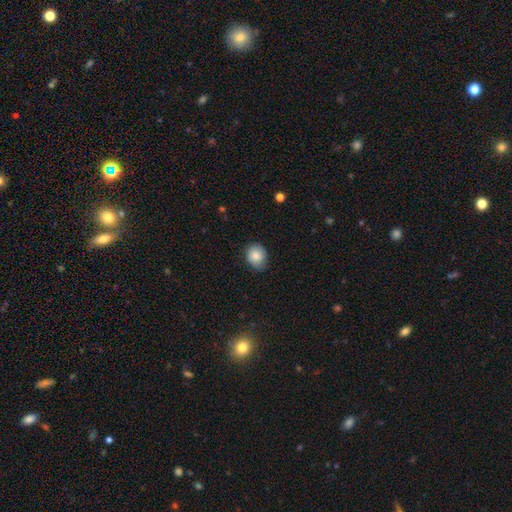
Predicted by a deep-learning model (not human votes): smooth-or-featured: smooth: 84% | featured or disk: 9% | star or artifact: 8%
  how-rounded: round: 54% | in between: 45% | cigar-shaped: 1%
  merging: none: 75% | minor disturbance: 21% | major disturbance: 3% | merger: 1%